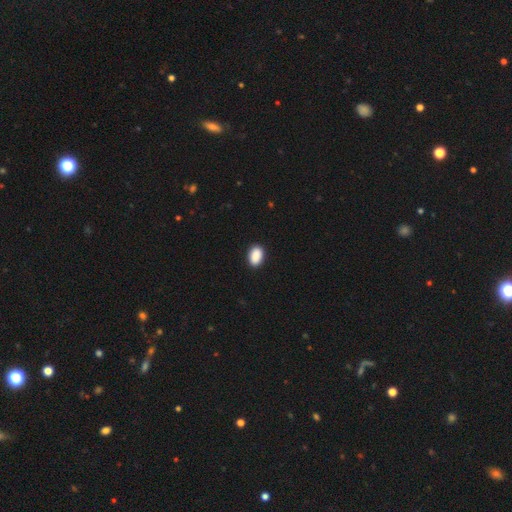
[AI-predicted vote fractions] Smooth or featured: smooth — 91% (star or artifact — 7%)
How rounded: in between — 89% (round — 9%)
Merging: none — 90% (minor disturbance — 8%)